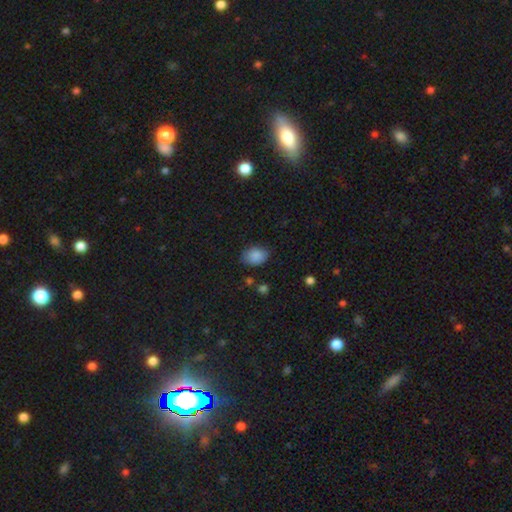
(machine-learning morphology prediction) Overall: smooth (86%). How rounded: in between (75%). Merging: none (73%).